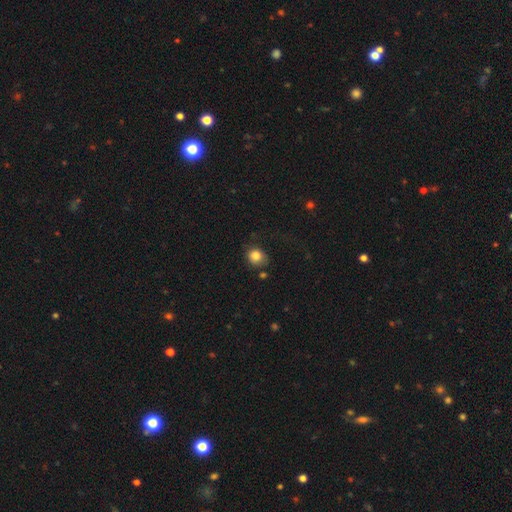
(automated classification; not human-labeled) Smooth or featured? Predicted: smooth (p=0.83). How rounded? Predicted: round (p=0.69). Merging? Predicted: none (p=0.68).